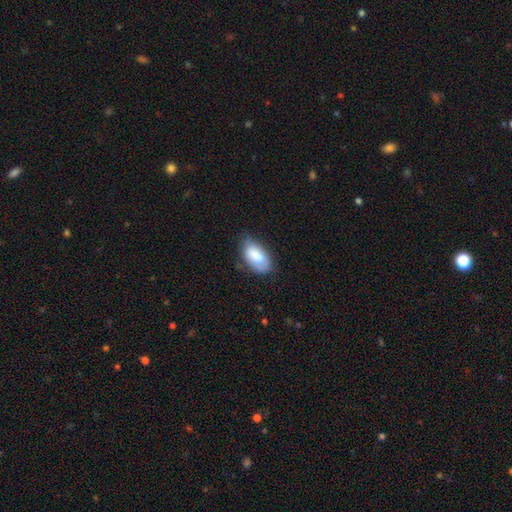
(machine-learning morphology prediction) A smooth galaxy with no disk features (82%) that is in between round and cigar-shaped (94%).

Vote fractions:
- Smooth or featured? smooth: 82% / featured or disk: 12% / star or artifact: 6%
- How rounded? in between: 94% / round: 3% / cigar-shaped: 3%
- Merging? none: 59% / minor disturbance: 31% / major disturbance: 8% / merger: 2%